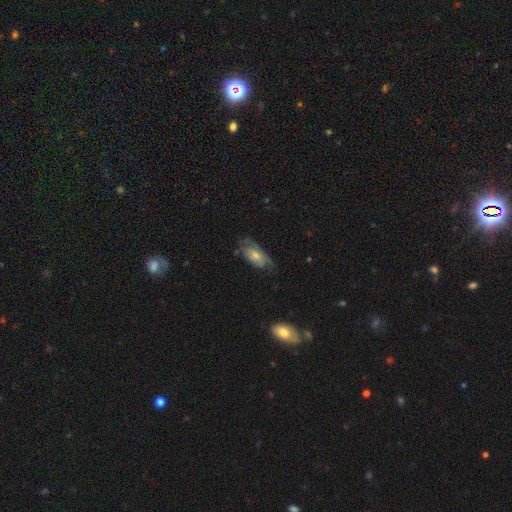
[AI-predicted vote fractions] Smooth or featured: smooth — 49% (featured or disk — 44%)
Merging: none — 52% (minor disturbance — 31%)